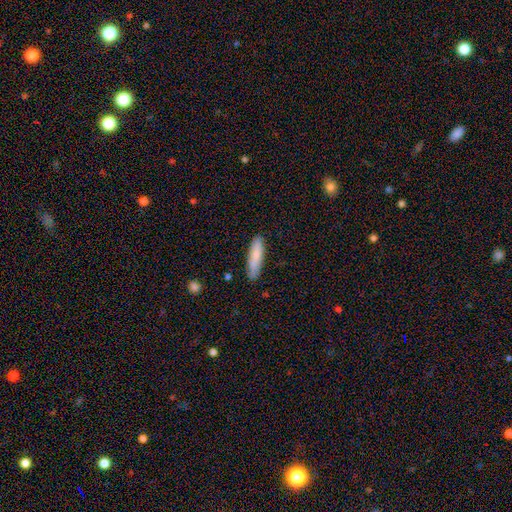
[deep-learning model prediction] A smooth galaxy with no disk features (83%) that is cigar-shaped (73%).

Vote fractions:
- Smooth or featured? smooth: 83% / featured or disk: 12% / star or artifact: 6%
- How rounded? cigar-shaped: 73% / in between: 25% / round: 1%
- Merging? none: 85% / minor disturbance: 12% / major disturbance: 2% / merger: 1%